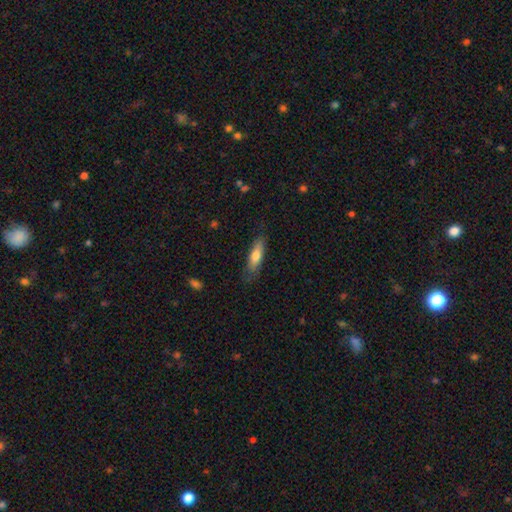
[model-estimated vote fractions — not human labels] Morphology: type=smooth (70%); roundness=cigar-shaped (58%); merging=none (76%).